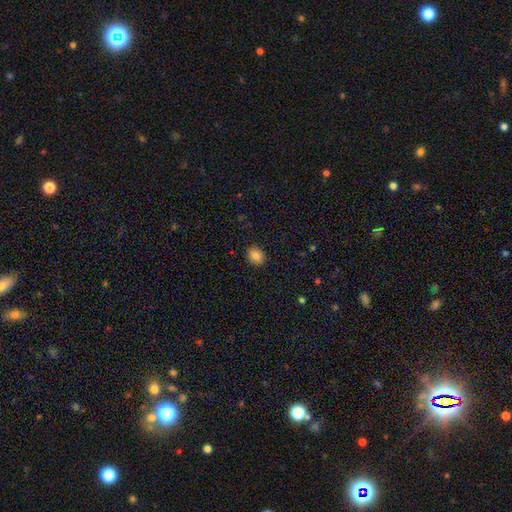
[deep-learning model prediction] Smooth or featured? Predicted: smooth (p=0.84). How rounded? Predicted: round (p=0.58). Merging? Predicted: none (p=0.90).